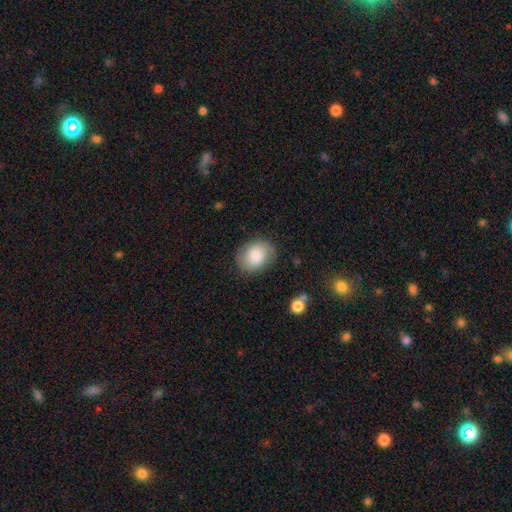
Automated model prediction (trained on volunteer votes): smooth 76%, featured or disk 16%, star or artifact 7%. Down the decision tree: how rounded — in between (60%); merging — none (79%).